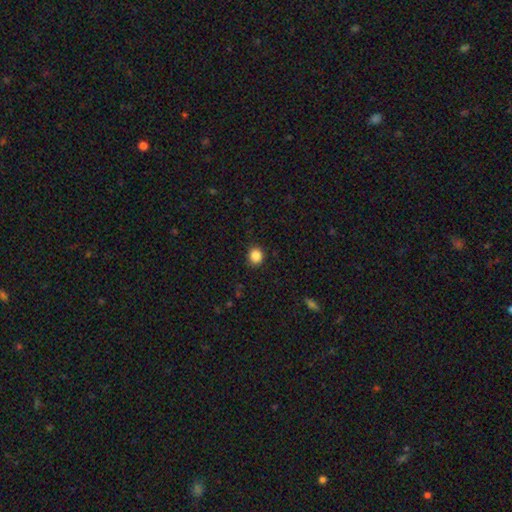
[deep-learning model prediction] Q: Smooth or featured?
A: smooth (87%); runner-up: star or artifact (10%)
Q: How rounded?
A: round (83%); runner-up: in between (16%)
Q: Merging?
A: none (89%); runner-up: minor disturbance (8%)